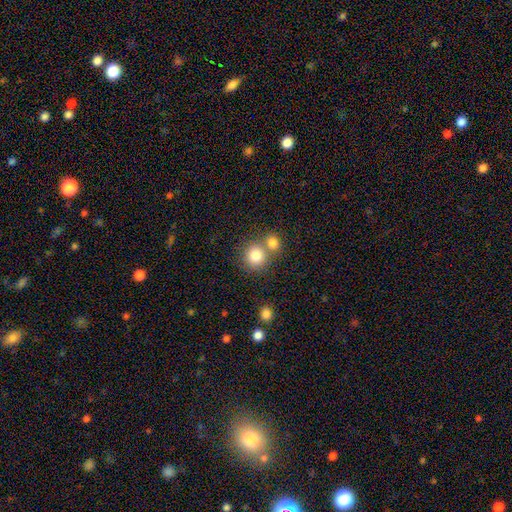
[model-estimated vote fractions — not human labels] Overall: smooth (81%). How rounded: round (88%). Merging: none (52%; merger 39%).